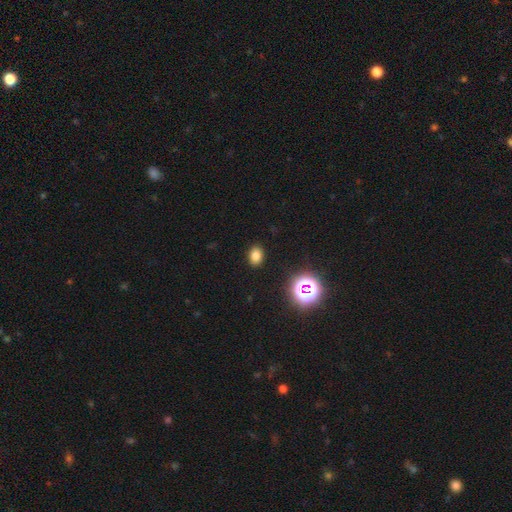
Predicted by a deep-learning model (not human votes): Overall: smooth (77%). How rounded: in between (72%). Merging: none (89%).